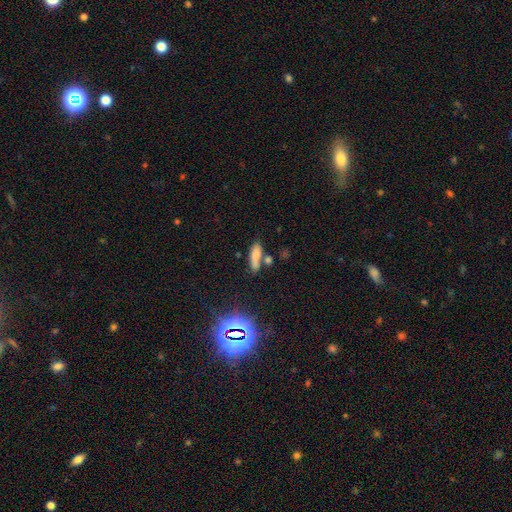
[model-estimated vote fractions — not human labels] smooth 73%, featured or disk 14%, star or artifact 13%. Down the decision tree: how rounded — cigar-shaped (49%); merging — none (52%).